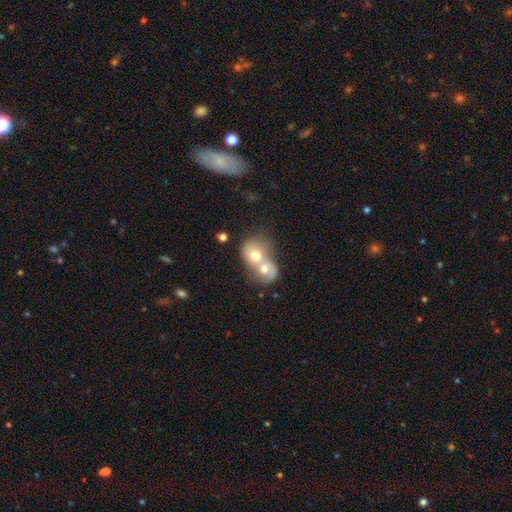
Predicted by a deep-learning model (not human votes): A smooth galaxy with no disk features (62%) that is round (57%).

Vote fractions:
- Smooth or featured? smooth: 62% / featured or disk: 31% / star or artifact: 8%
- How rounded? round: 57% / in between: 42% / cigar-shaped: 1%
- Merging? merger: 82% / none: 10% / minor disturbance: 4% / major disturbance: 4%